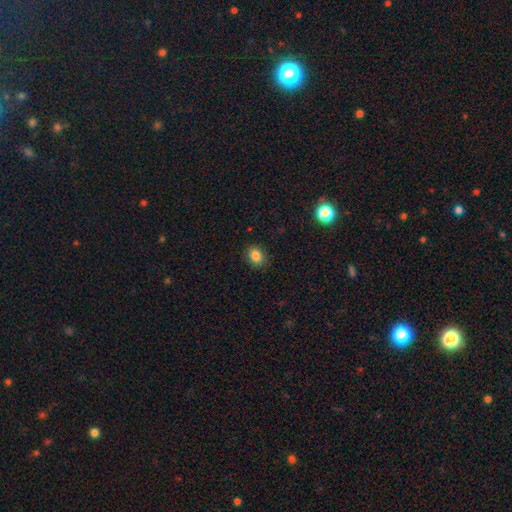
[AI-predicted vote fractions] smooth-or-featured: smooth: 84% | star or artifact: 11% | featured or disk: 5%
  how-rounded: in between: 50% | round: 49% | cigar-shaped: 1%
  merging: none: 87% | minor disturbance: 10% | major disturbance: 2% | merger: 1%